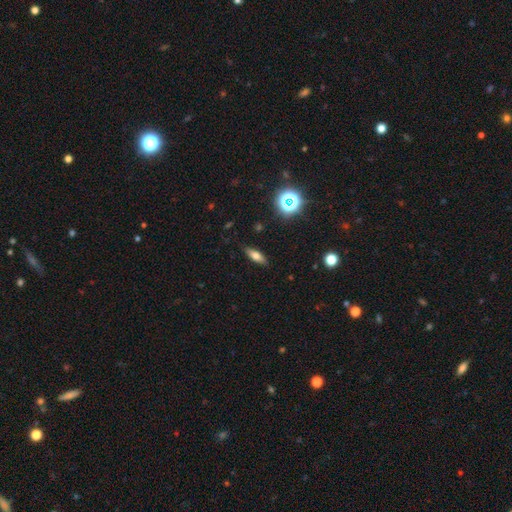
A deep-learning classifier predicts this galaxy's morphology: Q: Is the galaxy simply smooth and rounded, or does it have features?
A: smooth — 65%.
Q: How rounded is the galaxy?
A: in between — 57%.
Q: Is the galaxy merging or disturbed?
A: none — 87%.